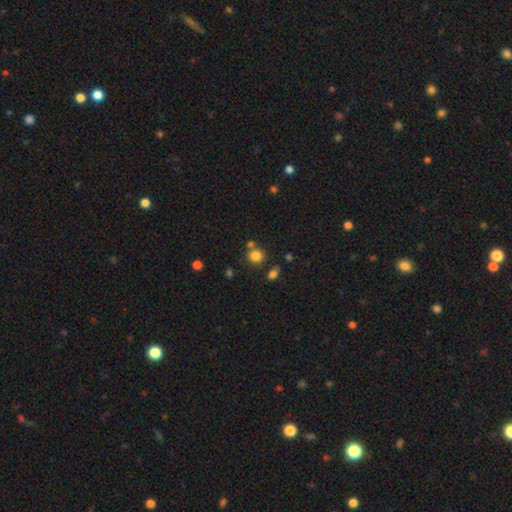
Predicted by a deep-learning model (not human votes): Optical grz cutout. It shows a smooth galaxy with no disk features (82%) that is round (81%). Merging: none (69%).